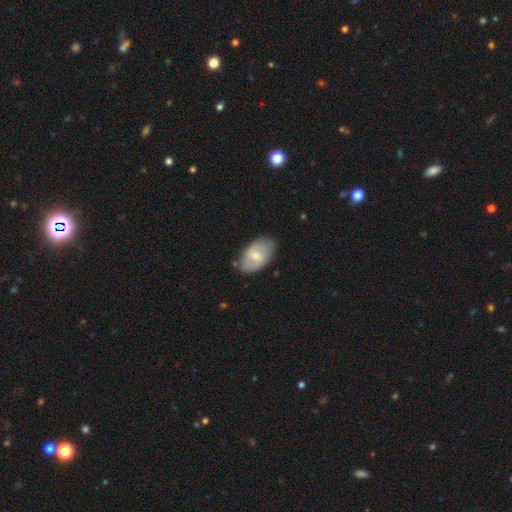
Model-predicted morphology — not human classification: Overall: smooth (51%; featured or disk 44%). How rounded: in between (91%). Merging: none (72%).